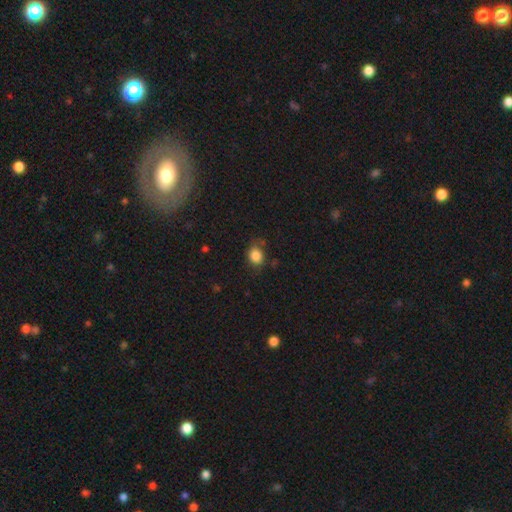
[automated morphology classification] Smooth or featured? smooth (85%)
How rounded? round (55%)
Merging? none (68%)